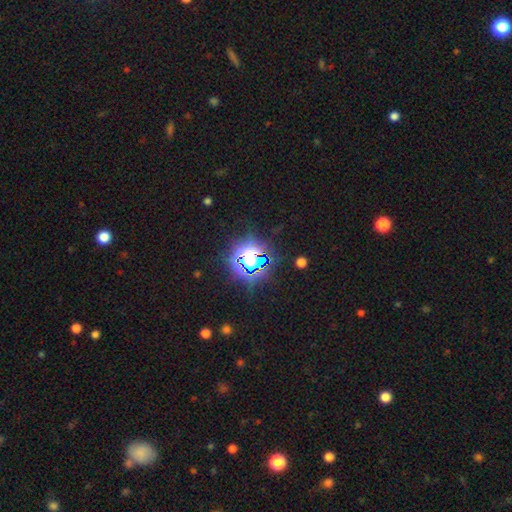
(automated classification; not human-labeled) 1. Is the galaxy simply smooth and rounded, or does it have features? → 70% star or artifact, 19% smooth, 11% featured or disk.